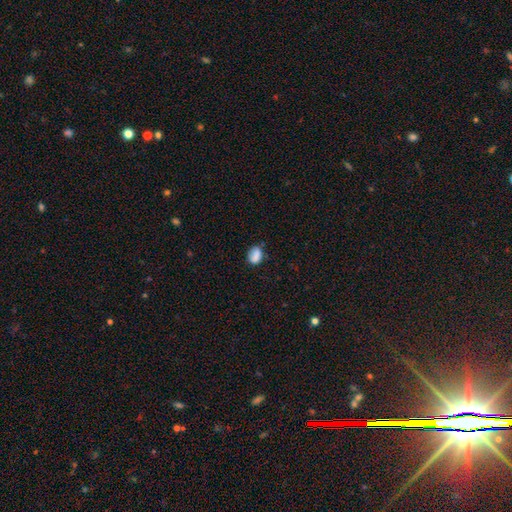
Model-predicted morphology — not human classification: Smooth or featured? Predicted: smooth (p=0.82). How rounded? Predicted: in between (p=0.67). Merging? Predicted: none (p=0.62).